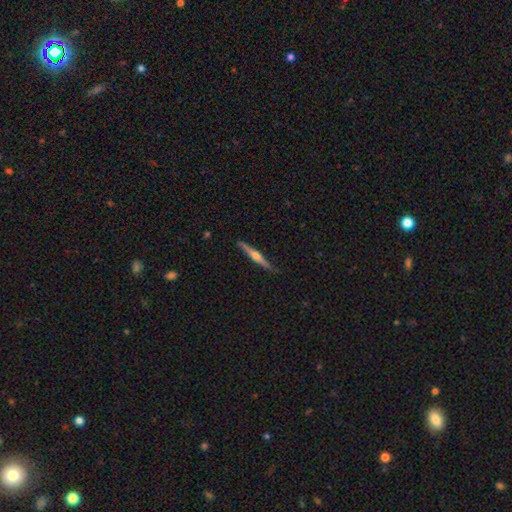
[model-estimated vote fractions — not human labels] Q: Smooth or featured?
A: featured or disk (70%); runner-up: smooth (25%)
Q: Edge-on disk?
A: yes (98%); runner-up: no (2%)
Q: Edge-on bulge?
A: rounded (88%); runner-up: none (7%)
Q: Merging?
A: none (87%); runner-up: minor disturbance (10%)